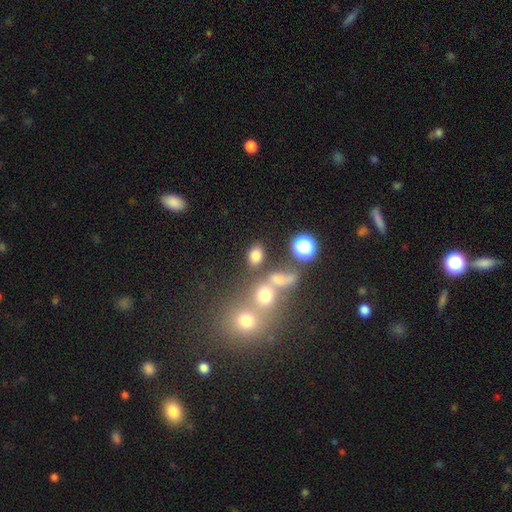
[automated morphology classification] Smooth or featured?
  - smooth: 76% *
  - star or artifact: 15%
  - featured or disk: 9%
How rounded?
  - in between: 66% *
  - round: 32%
  - cigar-shaped: 2%
Merging?
  - none: 65% *
  - merger: 18%
  - minor disturbance: 11%
  - major disturbance: 7%